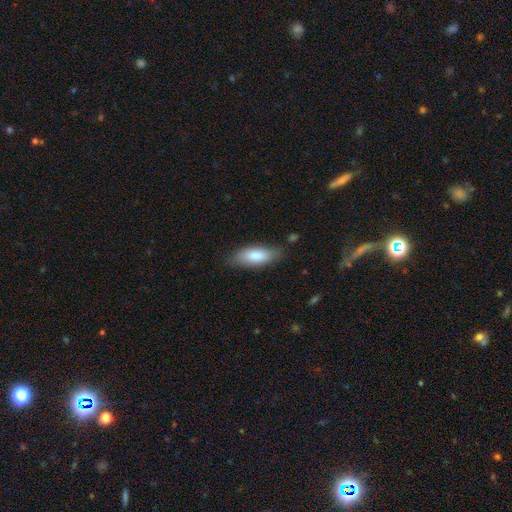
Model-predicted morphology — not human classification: smooth_or_featured: smooth (p=0.81) [alt: featured or disk p=0.13]
how_rounded: in between (p=0.74) [alt: cigar-shaped p=0.24]
merging: none (p=0.79) [alt: minor disturbance p=0.16]